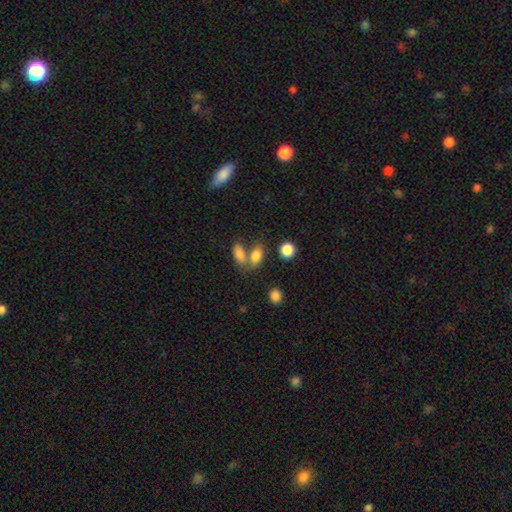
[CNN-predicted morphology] smooth 81%, star or artifact 10%, featured or disk 8%. Down the decision tree: how rounded — in between (82%); merging — merger (43%).